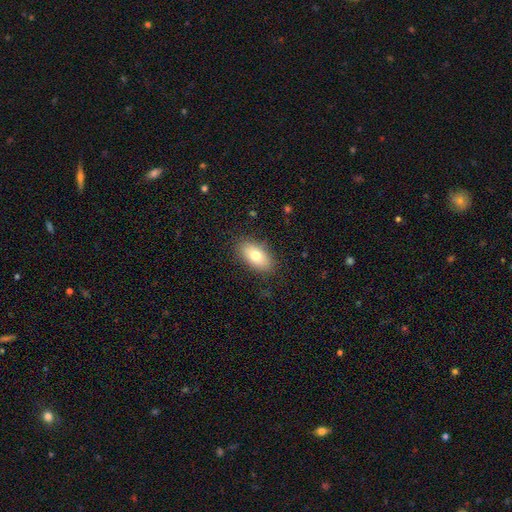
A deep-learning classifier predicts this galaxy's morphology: smooth 75%, featured or disk 17%, star or artifact 8%. Down the decision tree: how rounded — in between (90%); merging — none (85%).